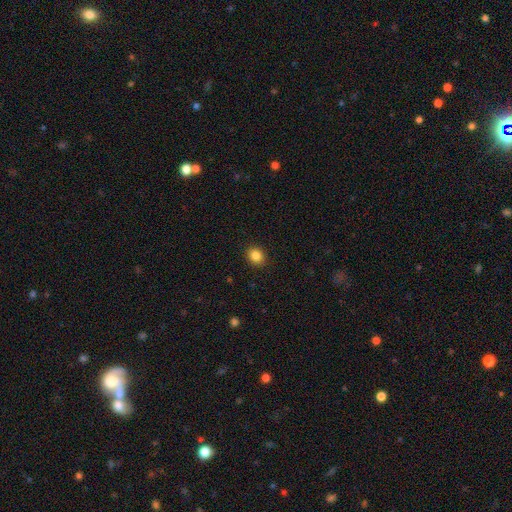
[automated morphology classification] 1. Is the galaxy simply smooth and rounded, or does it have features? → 85% smooth, 10% star or artifact, 5% featured or disk.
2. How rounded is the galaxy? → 68% round, 31% in between, 1% cigar-shaped.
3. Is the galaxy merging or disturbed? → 91% none, 6% minor disturbance, 2% major disturbance, 1% merger.